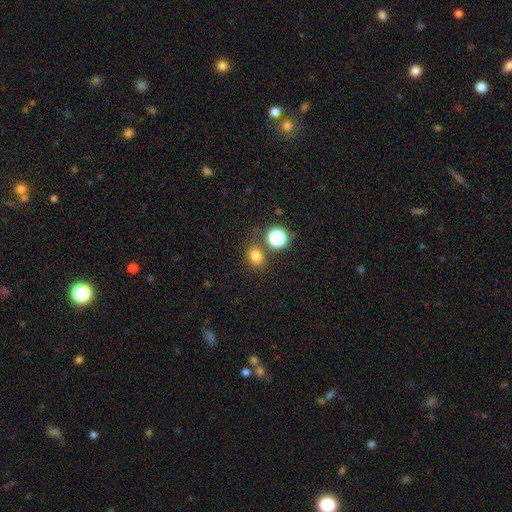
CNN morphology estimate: Overall: smooth (76%). How rounded: round (63%; in between 36%). Merging: none (75%).